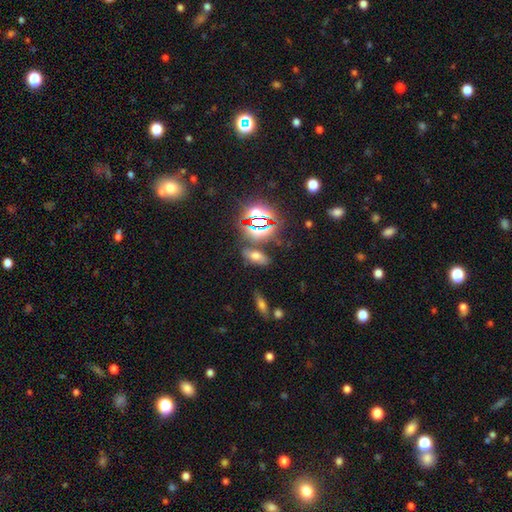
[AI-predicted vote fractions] This is possibly a smooth galaxy (51%). How rounded: clearly in between (81%). Merging: likely none (74%).